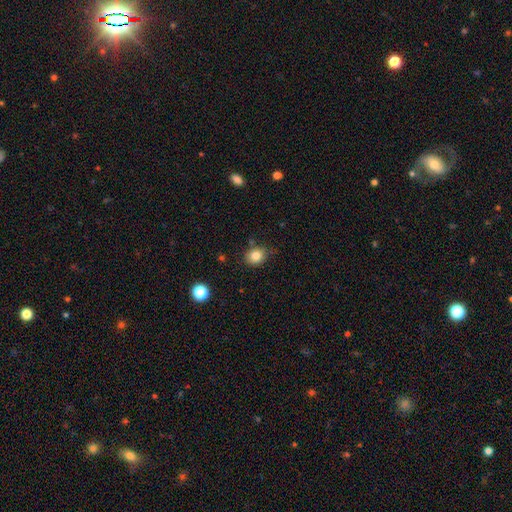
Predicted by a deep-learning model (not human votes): smooth_or_featured: smooth (p=0.83) [alt: star or artifact p=0.11]
how_rounded: round (p=0.61) [alt: in between p=0.38]
merging: none (p=0.76) [alt: minor disturbance p=0.17]